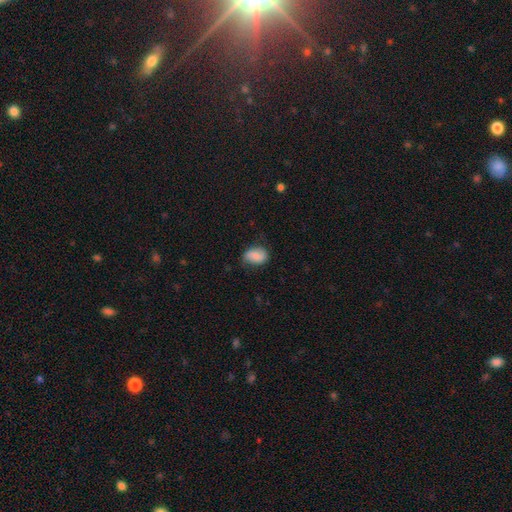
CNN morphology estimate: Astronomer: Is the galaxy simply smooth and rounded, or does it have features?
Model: smooth — 77%.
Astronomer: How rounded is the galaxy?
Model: in between — 81%.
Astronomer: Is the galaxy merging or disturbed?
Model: none — 66%.